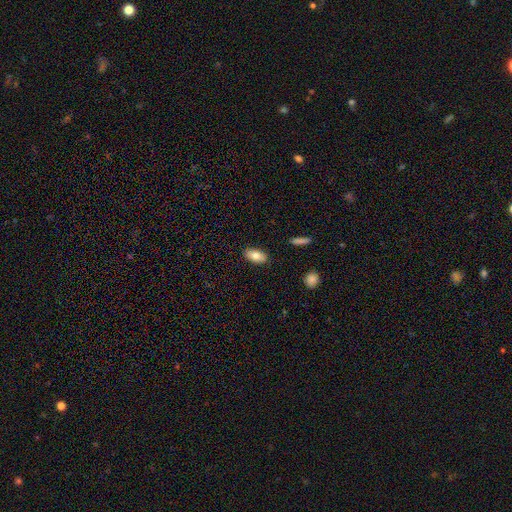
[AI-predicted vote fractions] Overall: smooth (79%). How rounded: in between (92%). Merging: none (87%).